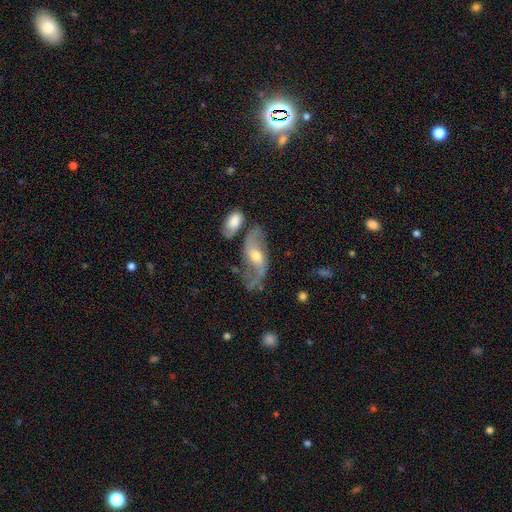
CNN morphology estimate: Smooth or featured?
  - featured or disk: 79% *
  - smooth: 15%
  - star or artifact: 6%
Edge-on disk?
  - no: 92% *
  - yes: 8%
Bar?
  - weak: 41% *
  - no: 38%
  - strong: 21%
Spiral arms?
  - yes: 90% *
  - no: 10%
Spiral winding?
  - loose: 75% *
  - medium: 20%
  - tight: 6%
Spiral arm count?
  - 2: 88% *
  - can't tell: 5%
  - 1: 4%
  - 3: 1%
  - 4: 1%
  - more than 4: 1%
Bulge size?
  - moderate: 64% *
  - small: 28%
  - large: 5%
  - none: 1%
  - dominant: 1%
Merging?
  - none: 52% *
  - minor disturbance: 22%
  - major disturbance: 14%
  - merger: 12%